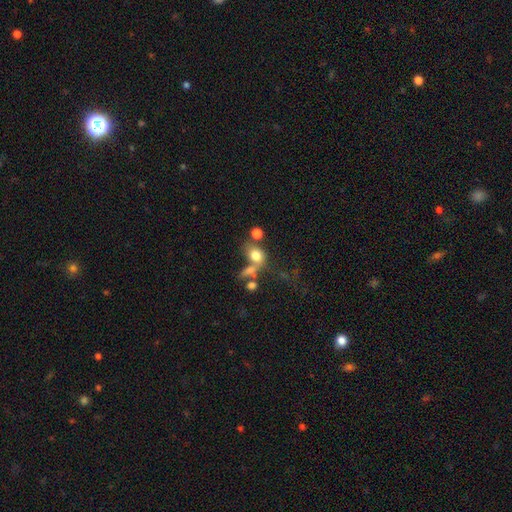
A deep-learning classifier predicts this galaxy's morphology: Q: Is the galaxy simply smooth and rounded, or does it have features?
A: smooth — 73%.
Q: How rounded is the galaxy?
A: in between — 56%.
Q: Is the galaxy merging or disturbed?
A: merger — 39%.